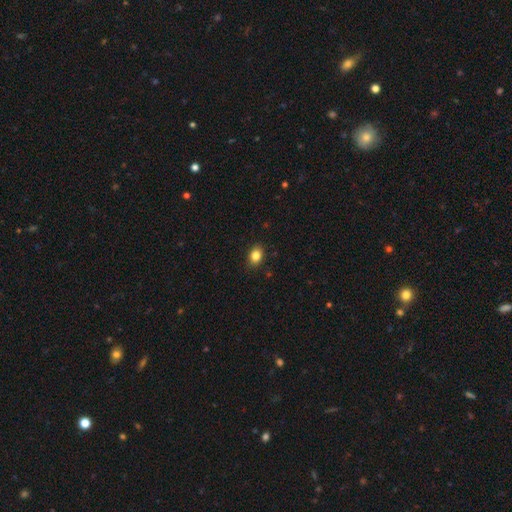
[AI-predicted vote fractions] Q: Smooth or featured?
A: smooth (84%); runner-up: star or artifact (10%)
Q: How rounded?
A: in between (66%); runner-up: round (33%)
Q: Merging?
A: none (88%); runner-up: minor disturbance (9%)